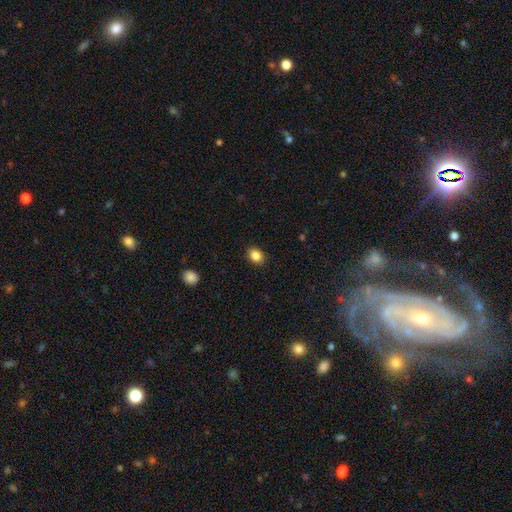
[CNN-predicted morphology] Q: Smooth or featured?
A: smooth (86%); runner-up: star or artifact (9%)
Q: How rounded?
A: in between (60%); runner-up: round (39%)
Q: Merging?
A: none (89%); runner-up: minor disturbance (8%)